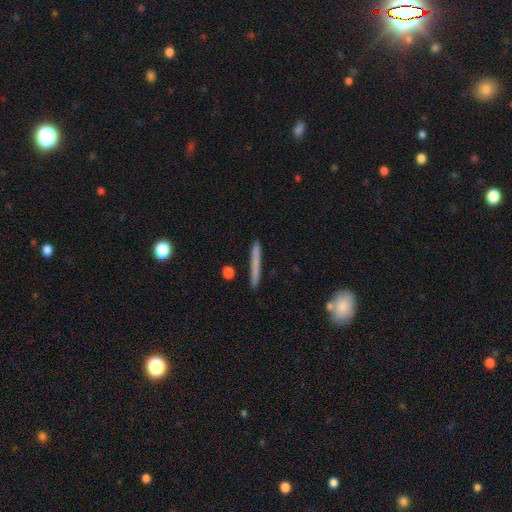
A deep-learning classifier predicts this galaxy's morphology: This appears to be a smooth galaxy with no disk features (67%) that is cigar-shaped (96%). Merging: none (89%).